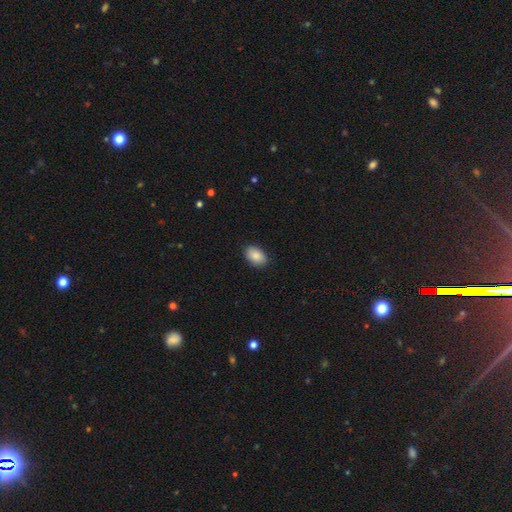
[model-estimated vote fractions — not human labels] Smooth or featured: smooth — 87% (star or artifact — 7%)
How rounded: in between — 88% (round — 11%)
Merging: none — 88% (minor disturbance — 9%)